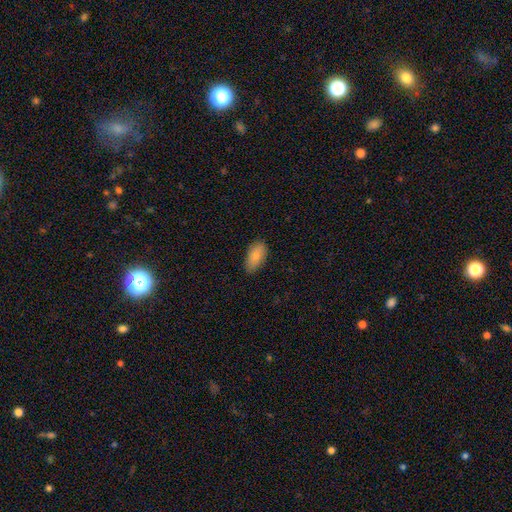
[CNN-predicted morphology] Q: Smooth or featured?
A: smooth (84%); runner-up: featured or disk (10%)
Q: How rounded?
A: in between (92%); runner-up: cigar-shaped (4%)
Q: Merging?
A: none (83%); runner-up: minor disturbance (13%)